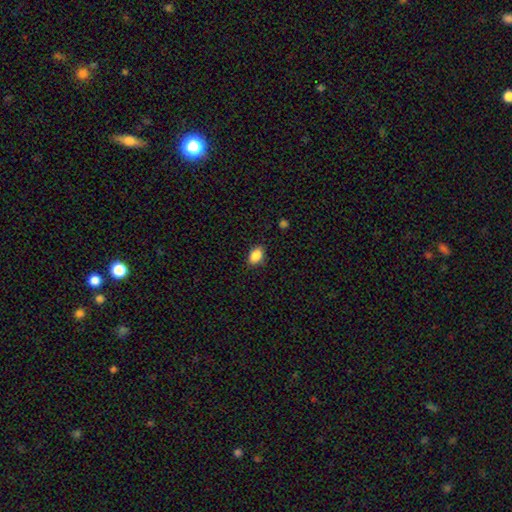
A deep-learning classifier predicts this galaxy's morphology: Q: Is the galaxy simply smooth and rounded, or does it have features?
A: smooth — 87%.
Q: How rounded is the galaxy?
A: in between — 84%.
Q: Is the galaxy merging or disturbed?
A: none — 84%.